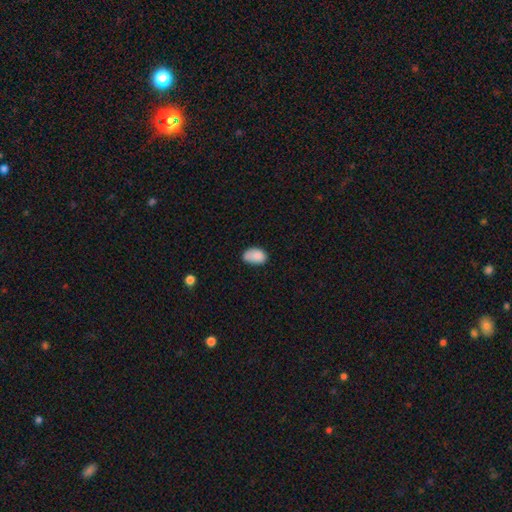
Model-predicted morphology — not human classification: type=smooth (85%); roundness=in between (89%); merging=none (59%).